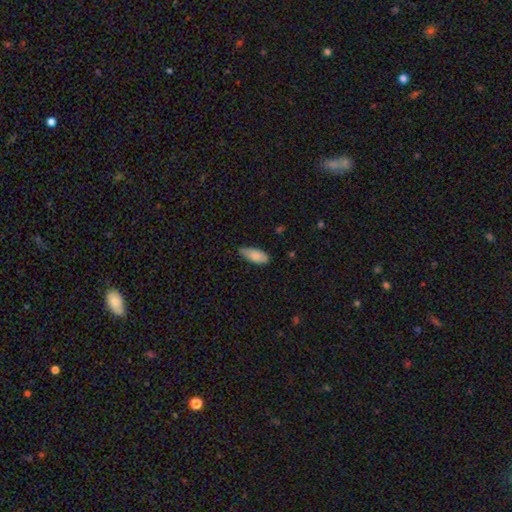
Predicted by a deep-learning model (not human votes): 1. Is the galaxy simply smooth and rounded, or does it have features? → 85% smooth, 9% featured or disk, 6% star or artifact.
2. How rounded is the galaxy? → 86% in between, 12% cigar-shaped, 2% round.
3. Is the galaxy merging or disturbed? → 66% none, 29% minor disturbance, 3% major disturbance, 2% merger.